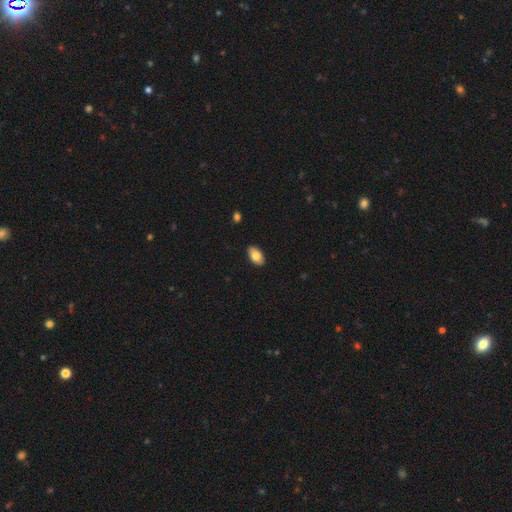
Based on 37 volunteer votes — This appears to be a smooth galaxy with no disk features (84%) that is in between round and cigar-shaped (94%). Merging: none (89%).